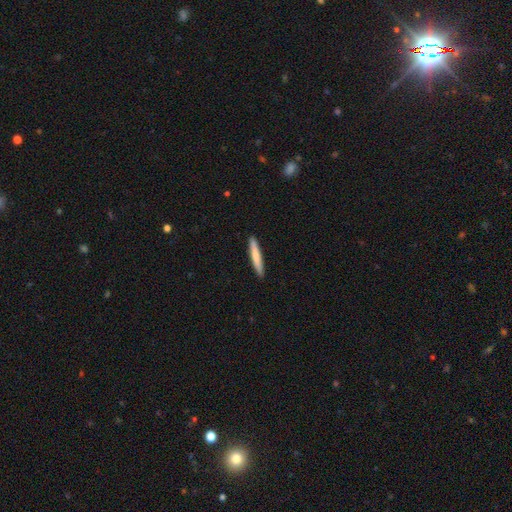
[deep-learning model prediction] A smooth galaxy with no disk features (72%) that is cigar-shaped (95%).

Vote fractions:
- Smooth or featured? smooth: 72% / featured or disk: 23% / star or artifact: 5%
- How rounded? cigar-shaped: 95% / in between: 4% / round: 1%
- Merging? none: 91% / minor disturbance: 6% / major disturbance: 1% / merger: 1%